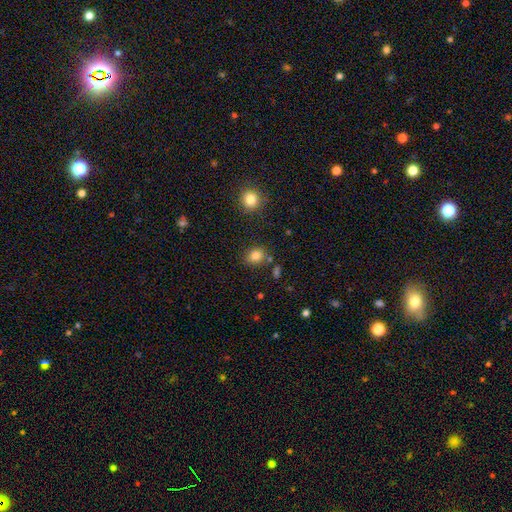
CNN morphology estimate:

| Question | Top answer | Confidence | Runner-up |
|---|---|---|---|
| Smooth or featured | smooth | 83% | star or artifact (11%) |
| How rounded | round | 64% | in between (35%) |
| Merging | none | 79% | minor disturbance (12%) |